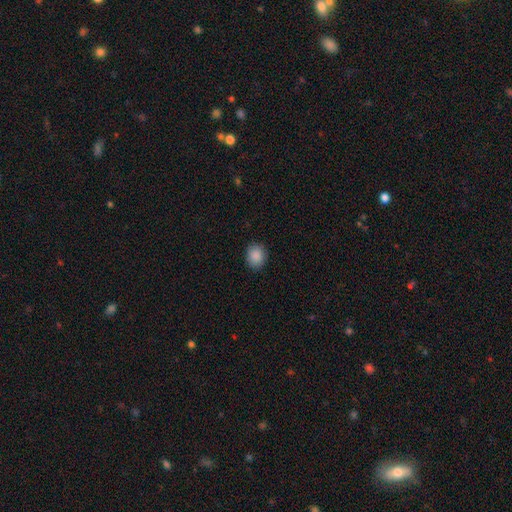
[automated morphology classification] Overall: smooth (89%). How rounded: round (62%; in between 37%). Merging: none (88%).